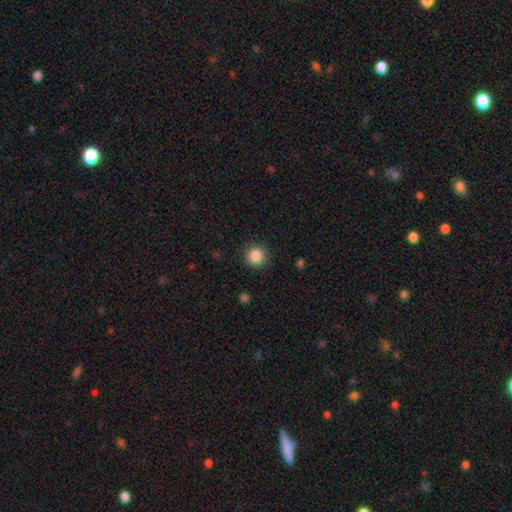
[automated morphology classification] This appears to be a smooth galaxy with no disk features (86%) that is round (94%). Merging: none (90%).